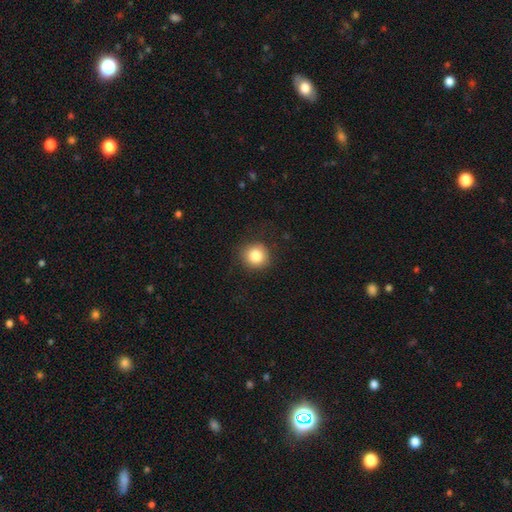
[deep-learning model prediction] smooth-or-featured: smooth: 84% | star or artifact: 10% | featured or disk: 6%
  how-rounded: round: 90% | in between: 9% | cigar-shaped: 1%
  merging: none: 86% | minor disturbance: 9% | major disturbance: 3% | merger: 1%